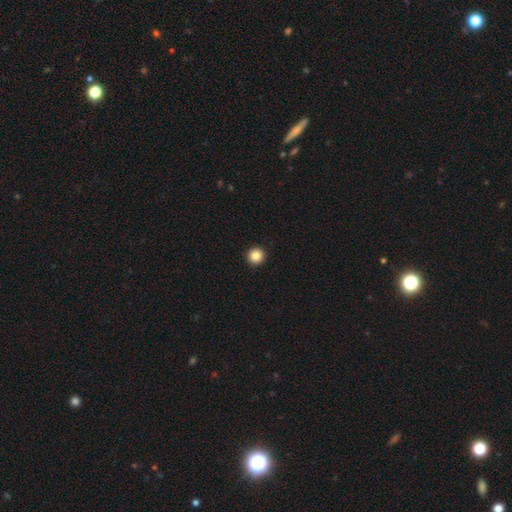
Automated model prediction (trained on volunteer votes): Morphology: type=smooth (85%); roundness=round (96%); merging=none (94%).